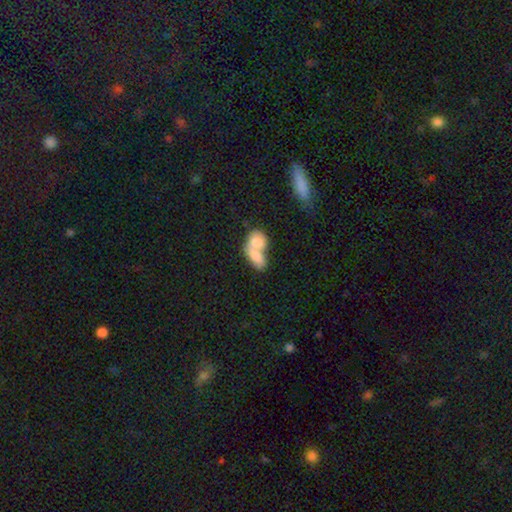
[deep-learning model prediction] Smooth or featured? Predicted: smooth (p=0.75). How rounded? Predicted: in between (p=0.83). Merging? Predicted: merger (p=0.79).